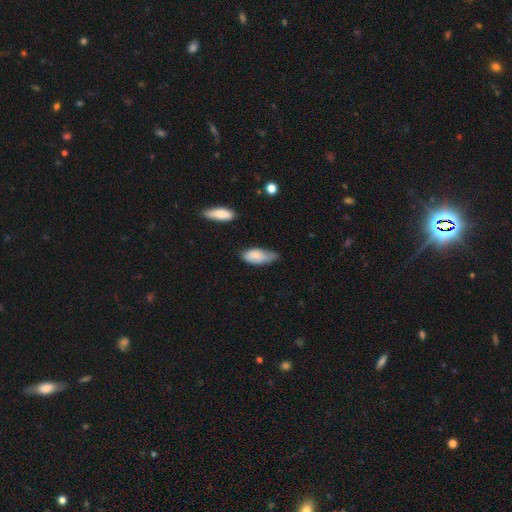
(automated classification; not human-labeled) smooth_or_featured: smooth (p=0.79) [alt: featured or disk p=0.14]
how_rounded: in between (p=0.89) [alt: cigar-shaped p=0.09]
merging: minor disturbance (p=0.49) [alt: none p=0.34]